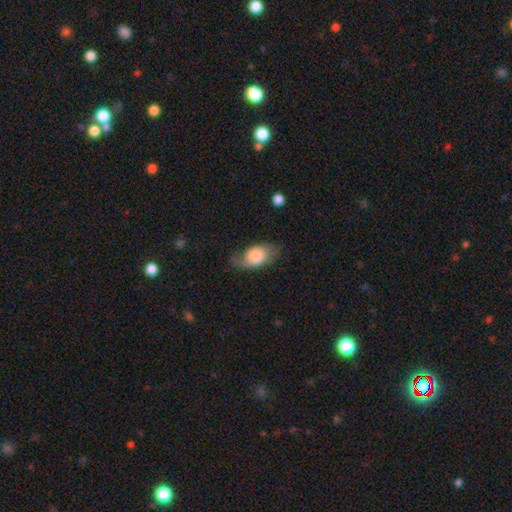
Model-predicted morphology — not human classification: This is likely a smooth galaxy (65%). How rounded: clearly in between (87%). Merging: possibly none (54%).